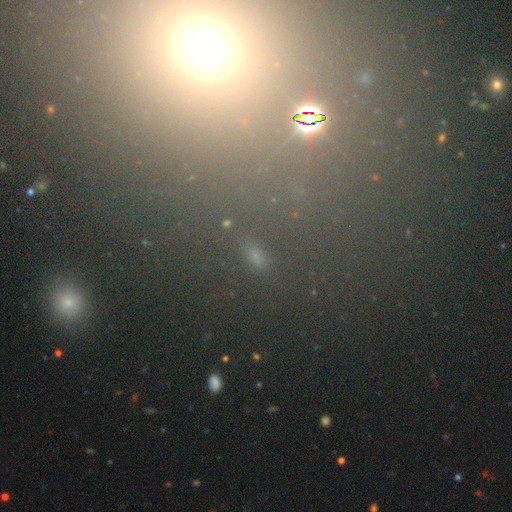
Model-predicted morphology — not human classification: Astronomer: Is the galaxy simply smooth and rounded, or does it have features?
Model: star or artifact — 47% (runner-up: smooth, 40%).